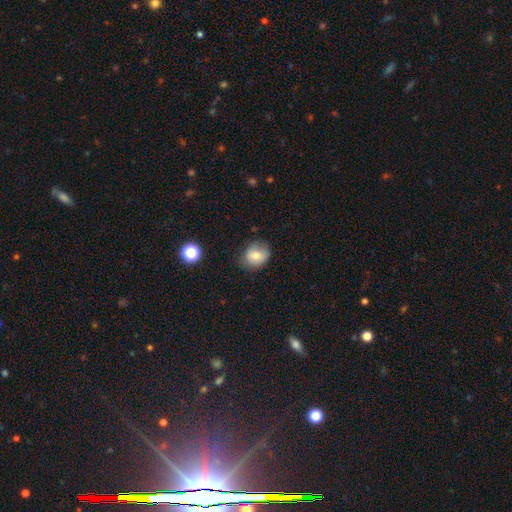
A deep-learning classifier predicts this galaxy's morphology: smooth-or-featured: smooth: 73% | featured or disk: 17% | star or artifact: 10%
  how-rounded: round: 58% | in between: 41% | cigar-shaped: 1%
  merging: none: 71% | minor disturbance: 22% | major disturbance: 5% | merger: 2%